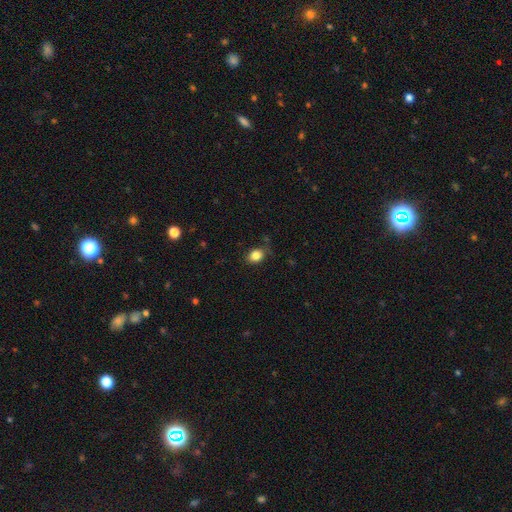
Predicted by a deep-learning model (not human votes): Morphology: type=smooth (84%); roundness=round (51%); merging=none (77%).